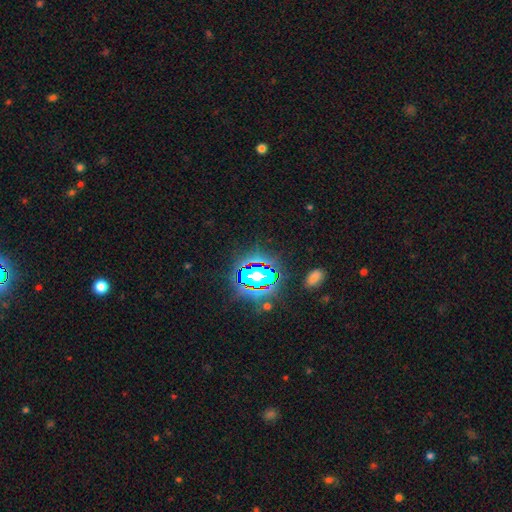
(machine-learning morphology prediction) Smooth or featured?
  - star or artifact: 77% *
  - smooth: 13%
  - featured or disk: 10%